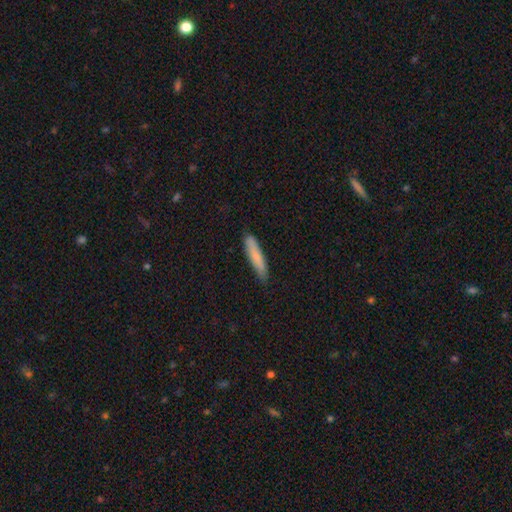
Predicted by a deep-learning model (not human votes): A smooth galaxy with no disk features (80%) that is cigar-shaped (88%).

Vote fractions:
- Smooth or featured? smooth: 80% / featured or disk: 14% / star or artifact: 6%
- How rounded? cigar-shaped: 88% / in between: 10% / round: 1%
- Merging? none: 82% / minor disturbance: 14% / major disturbance: 2% / merger: 1%